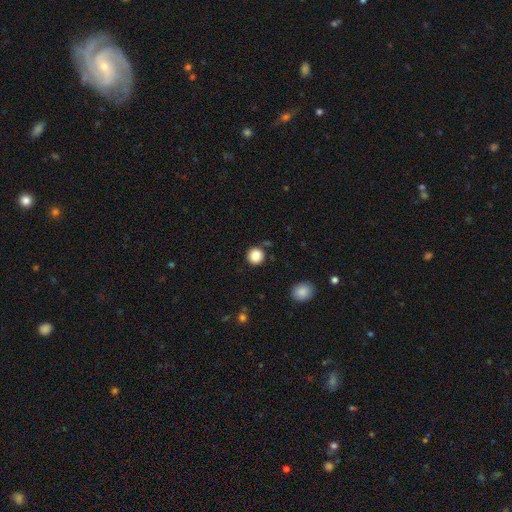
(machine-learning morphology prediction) Smooth or featured? smooth (86%)
How rounded? round (93%)
Merging? none (88%)